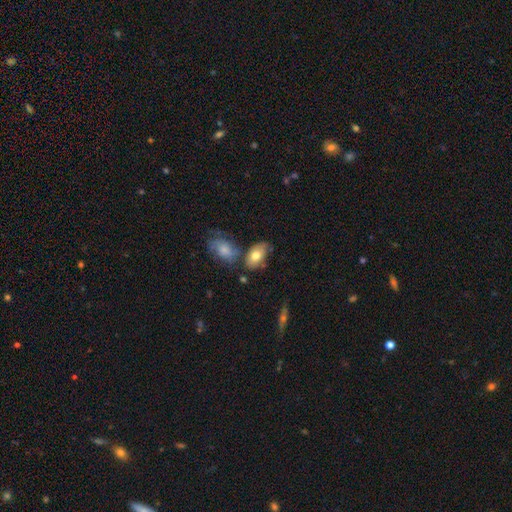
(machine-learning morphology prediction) Smooth or featured?
  - smooth: 75% *
  - featured or disk: 18%
  - star or artifact: 7%
How rounded?
  - in between: 90% *
  - round: 8%
  - cigar-shaped: 2%
Merging?
  - none: 56% *
  - minor disturbance: 22%
  - merger: 15%
  - major disturbance: 7%